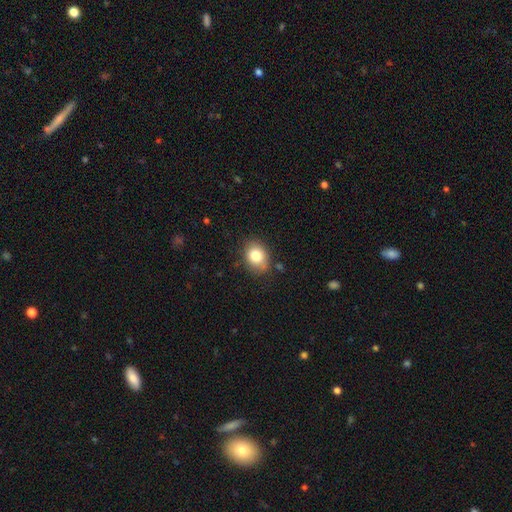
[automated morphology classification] type=smooth (81%); roundness=in between (51%); merging=none (79%).